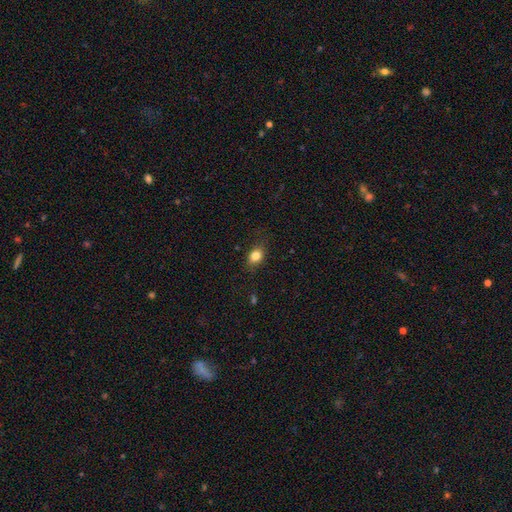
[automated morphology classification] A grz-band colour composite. It shows a smooth galaxy with no disk features (82%) that is in between round and cigar-shaped (65%). Merging: none (79%).